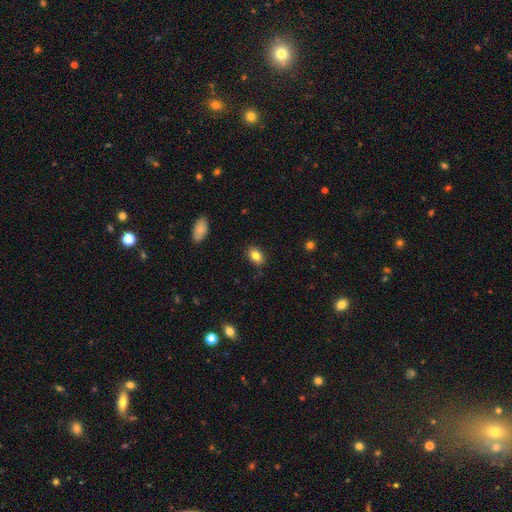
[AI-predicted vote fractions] Smooth or featured? smooth (84%)
How rounded? in between (83%)
Merging? none (84%)